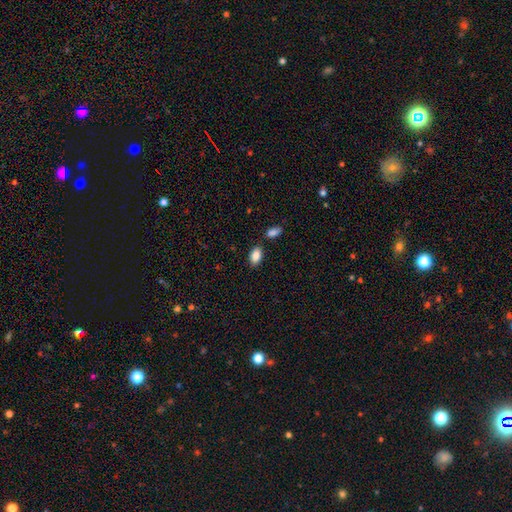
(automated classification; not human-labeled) Q: Smooth or featured?
A: smooth (87%); runner-up: star or artifact (7%)
Q: How rounded?
A: in between (92%); runner-up: round (6%)
Q: Merging?
A: none (80%); runner-up: minor disturbance (11%)